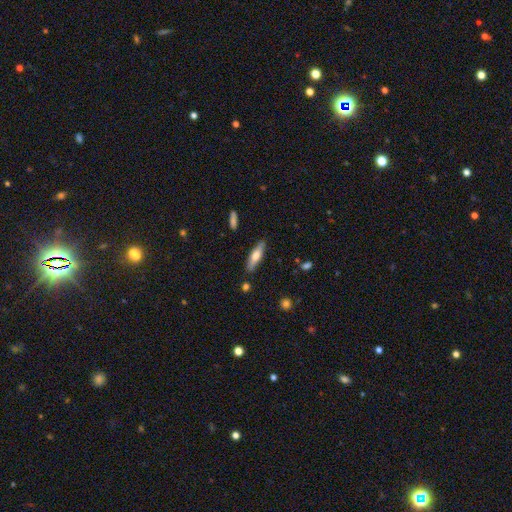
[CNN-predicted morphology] This is likely a smooth galaxy (61%). How rounded: likely cigar-shaped (67%). Merging: clearly none (85%).